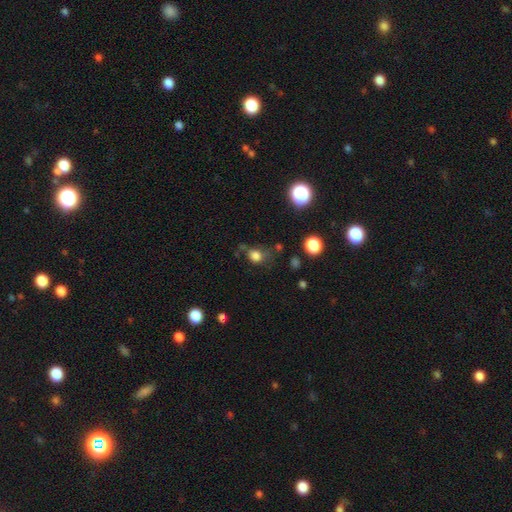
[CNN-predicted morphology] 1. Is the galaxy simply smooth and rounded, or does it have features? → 77% smooth, 16% star or artifact, 8% featured or disk.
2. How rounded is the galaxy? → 63% round, 36% in between, 1% cigar-shaped.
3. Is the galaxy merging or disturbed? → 52% none, 25% minor disturbance, 15% major disturbance, 7% merger.